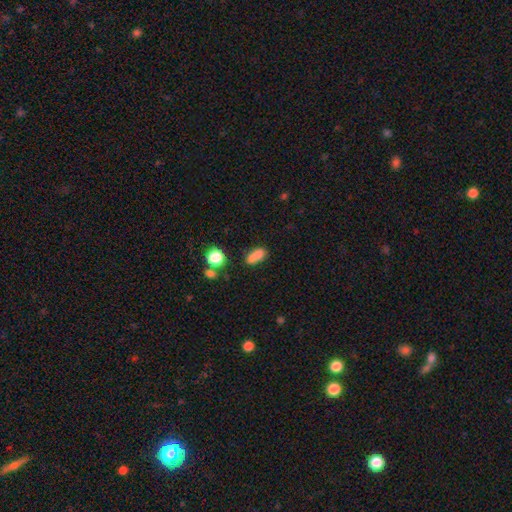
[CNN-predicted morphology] smooth 75%, featured or disk 12%, star or artifact 12%. Down the decision tree: how rounded — in between (73%); merging — merger (39%, tied with none).